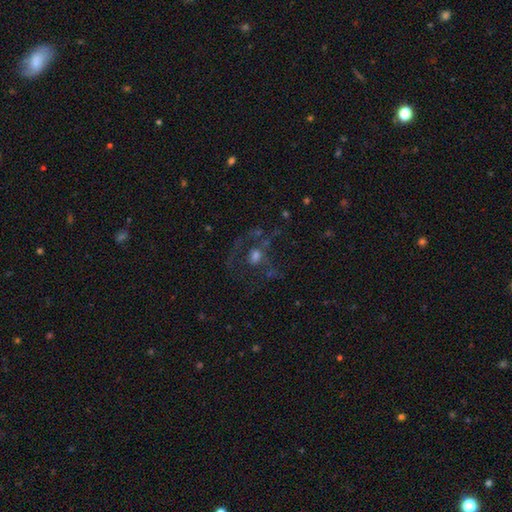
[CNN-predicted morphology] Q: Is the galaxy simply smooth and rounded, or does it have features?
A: featured or disk — 46%.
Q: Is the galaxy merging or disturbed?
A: none — 49%.